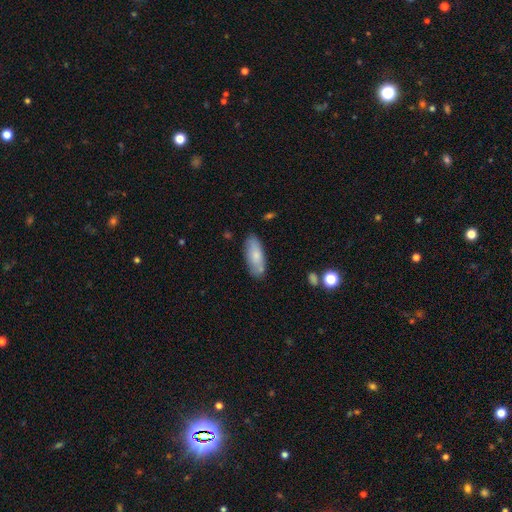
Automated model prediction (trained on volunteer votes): Overall: smooth (75%). How rounded: in between (74%). Merging: none (75%).